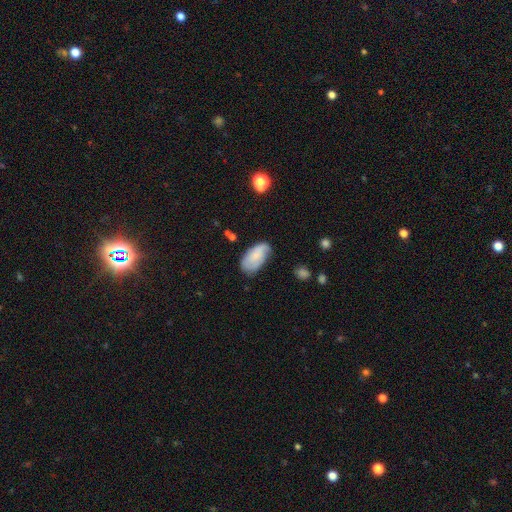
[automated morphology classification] Q: Smooth or featured?
A: smooth (66%); runner-up: featured or disk (27%)
Q: How rounded?
A: in between (93%); runner-up: cigar-shaped (3%)
Q: Merging?
A: none (59%); runner-up: minor disturbance (30%)